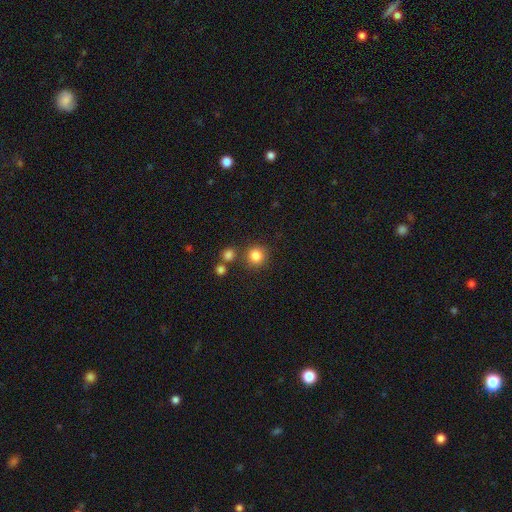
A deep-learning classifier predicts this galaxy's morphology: smooth 84%, star or artifact 11%, featured or disk 5%. Down the decision tree: how rounded — round (92%); merging — none (80%).